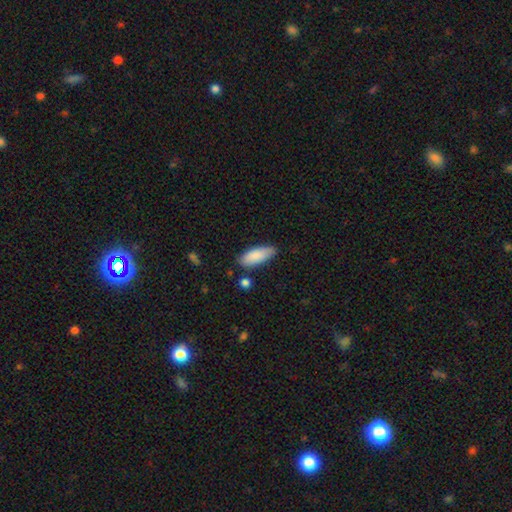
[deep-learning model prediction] Overall: smooth (88%). How rounded: in between (77%). Merging: none (78%).